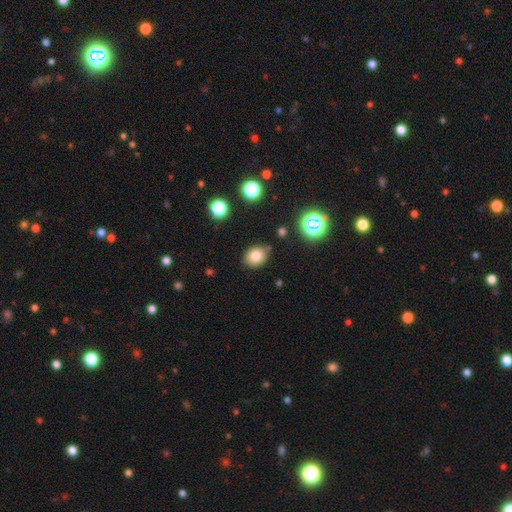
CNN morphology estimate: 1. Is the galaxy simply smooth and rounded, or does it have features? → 80% smooth, 12% star or artifact, 8% featured or disk.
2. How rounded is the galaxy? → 52% round, 47% in between, 1% cigar-shaped.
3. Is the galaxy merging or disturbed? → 80% none, 14% minor disturbance, 3% merger, 3% major disturbance.